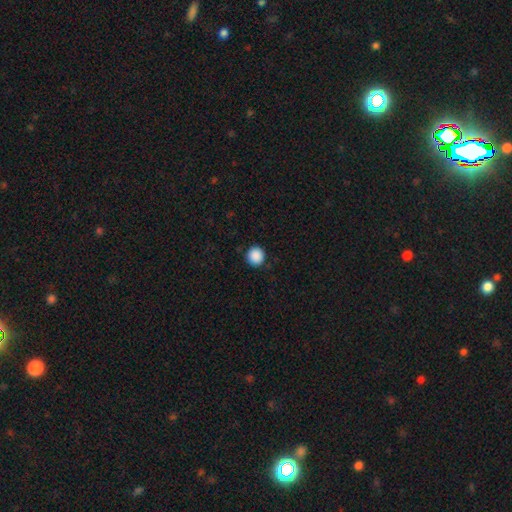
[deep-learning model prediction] Smooth or featured? Predicted: smooth (p=0.89). How rounded? Predicted: round (p=0.93). Merging? Predicted: none (p=0.91).